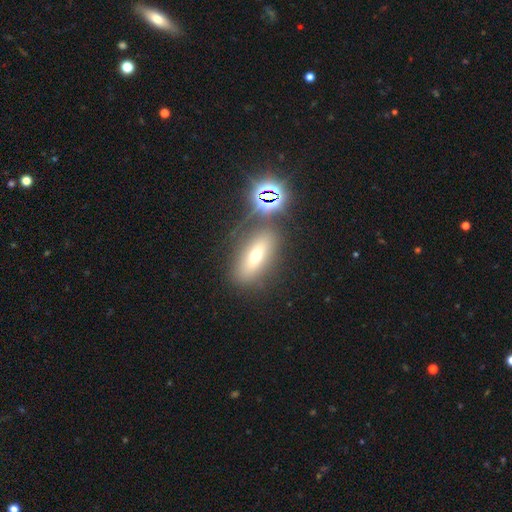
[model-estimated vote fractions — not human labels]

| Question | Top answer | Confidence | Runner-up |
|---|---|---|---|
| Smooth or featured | smooth | 51% | featured or disk (28%) |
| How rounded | in between | 66% | cigar-shaped (24%) |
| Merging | none | 74% | minor disturbance (12%) |